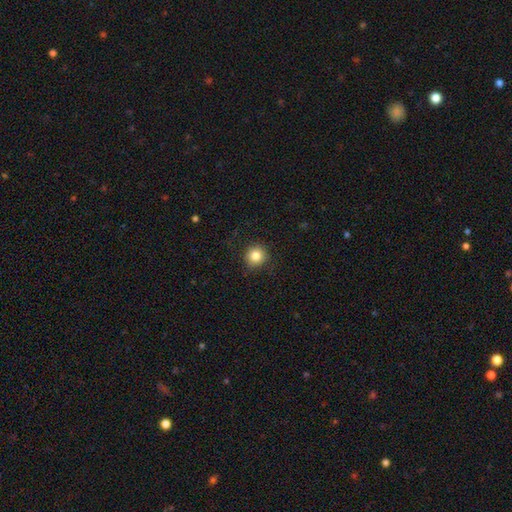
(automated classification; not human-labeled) smooth 84%, star or artifact 11%, featured or disk 6%. Down the decision tree: how rounded — round (91%); merging — none (89%).